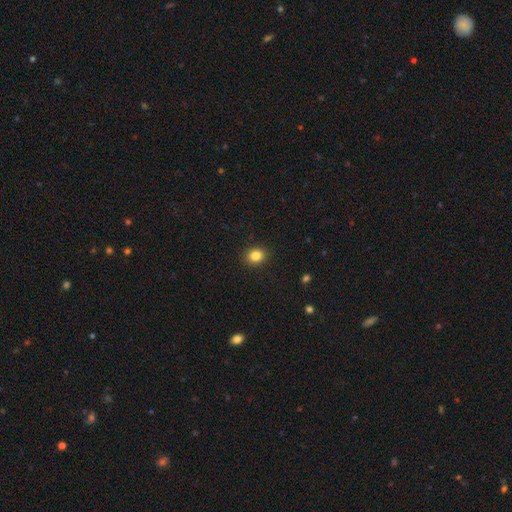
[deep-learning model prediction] A smooth galaxy with no disk features (84%) that is round (68%). Merging: none (91%).